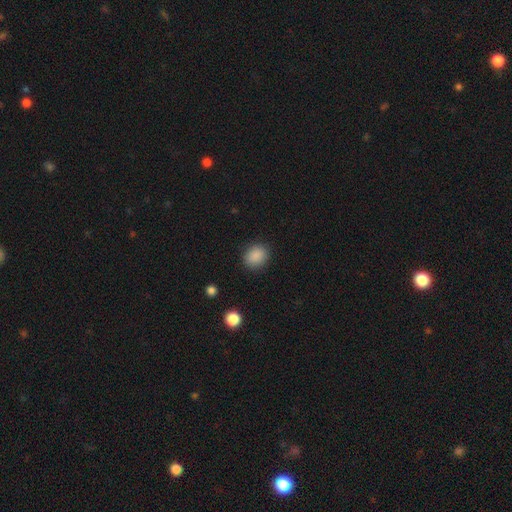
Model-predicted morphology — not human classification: smooth-or-featured: smooth: 88% | star or artifact: 9% | featured or disk: 3%
  how-rounded: round: 60% | in between: 40% | cigar-shaped: 1%
  merging: none: 87% | minor disturbance: 9% | major disturbance: 3% | merger: 1%